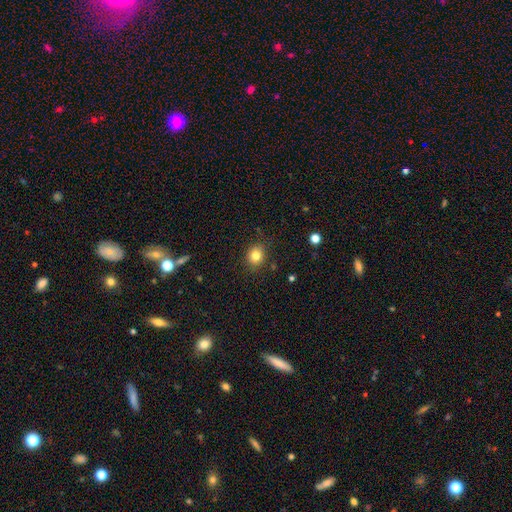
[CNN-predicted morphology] Overall: smooth (81%). How rounded: round (74%). Merging: none (86%).